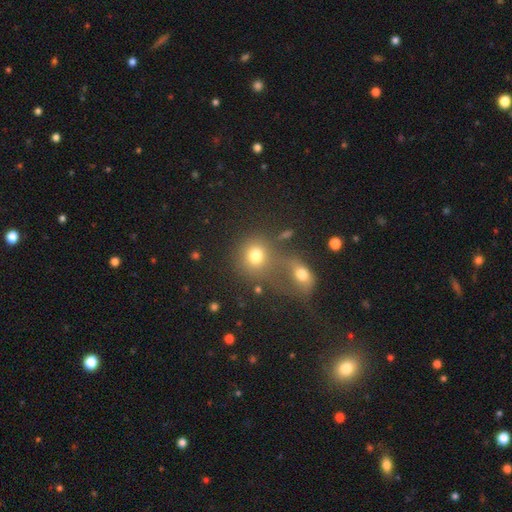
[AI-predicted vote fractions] Smooth or featured? Predicted: smooth (p=0.75). How rounded? Predicted: round (p=0.76). Merging? Predicted: merger (p=0.49).